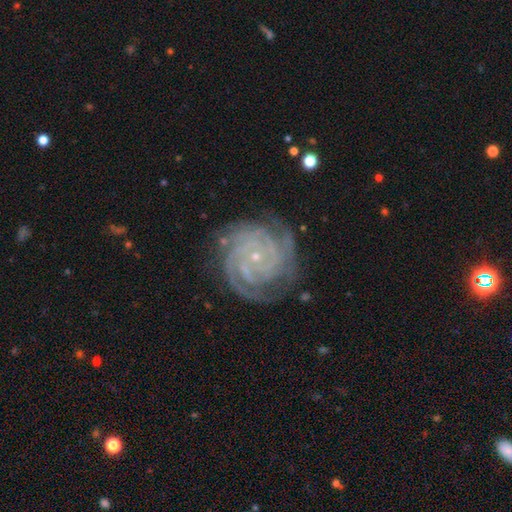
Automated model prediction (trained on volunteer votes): featured or disk 90%, star or artifact 6%, smooth 4%. Down the decision tree: edge-on disk — no (98%); bar — no (76%); spiral arms — yes (98%); spiral arm count — 4 (30%); spiral winding — tight (84%); bulge size — small (88%); merging — none (78%).